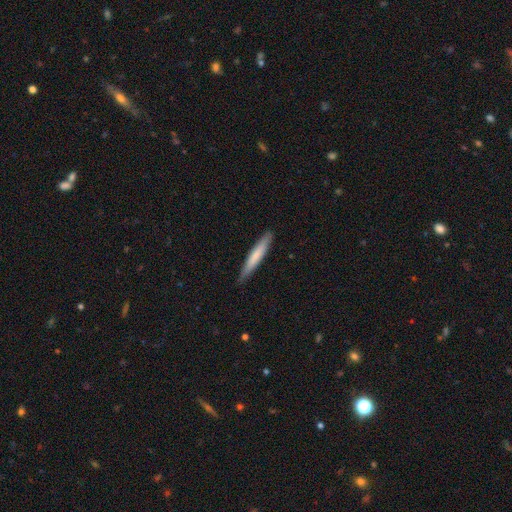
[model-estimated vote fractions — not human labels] This is likely a smooth galaxy (69%). How rounded: clearly cigar-shaped (94%). Merging: clearly none (87%).